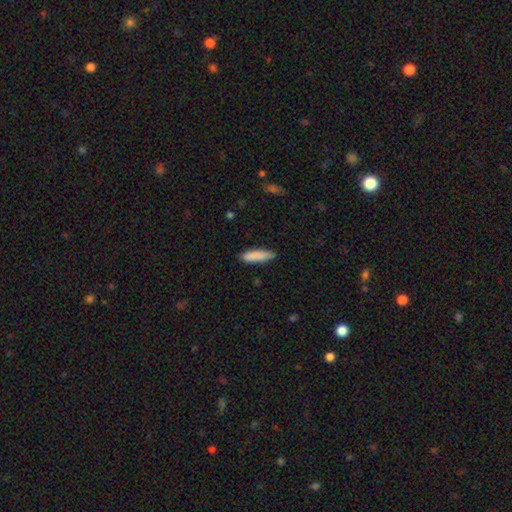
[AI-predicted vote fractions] A smooth galaxy with no disk features (86%) that is cigar-shaped (70%).

Vote fractions:
- Smooth or featured? smooth: 86% / featured or disk: 8% / star or artifact: 6%
- How rounded? cigar-shaped: 70% / in between: 29% / round: 1%
- Merging? none: 82% / minor disturbance: 14% / major disturbance: 2% / merger: 1%